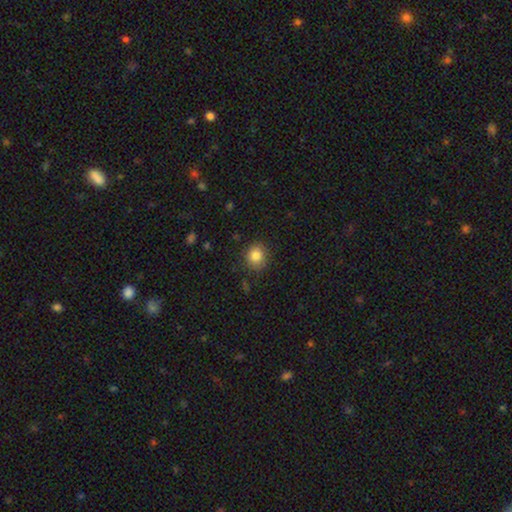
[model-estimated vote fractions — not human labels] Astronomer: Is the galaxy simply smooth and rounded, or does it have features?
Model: smooth — 83%.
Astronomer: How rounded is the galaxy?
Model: round — 78%.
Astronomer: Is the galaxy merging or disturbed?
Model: none — 83%.